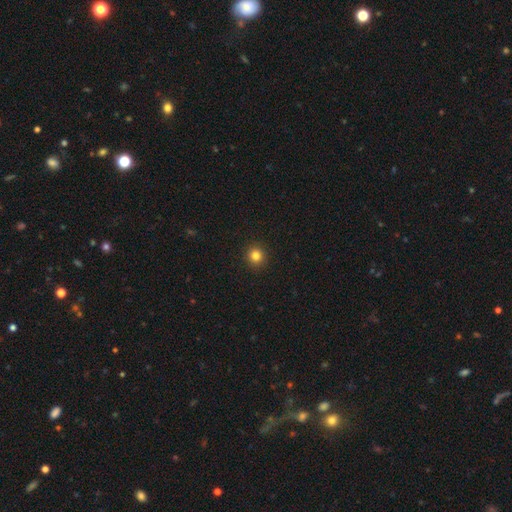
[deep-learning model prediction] Morphology: type=smooth (82%); roundness=round (93%); merging=none (93%).